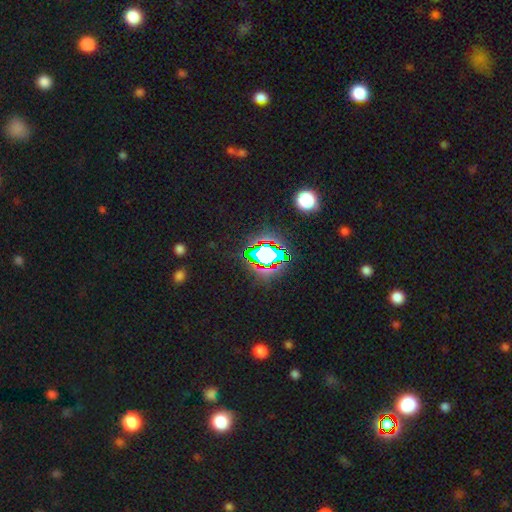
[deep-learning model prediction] Smooth or featured: star or artifact — 80% (smooth — 12%)